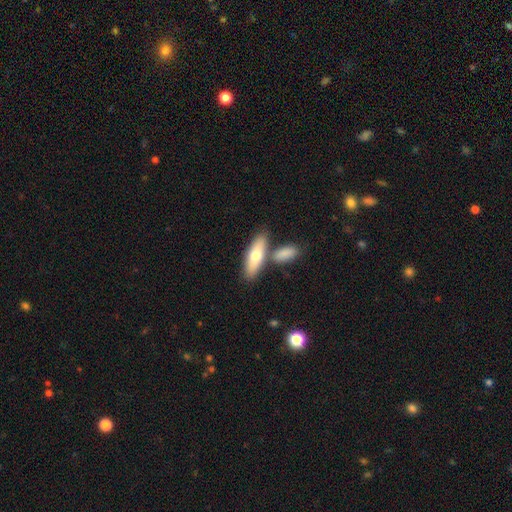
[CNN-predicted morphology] smooth 68%, featured or disk 27%, star or artifact 5%. Down the decision tree: how rounded — in between (59%); merging — none (63%).